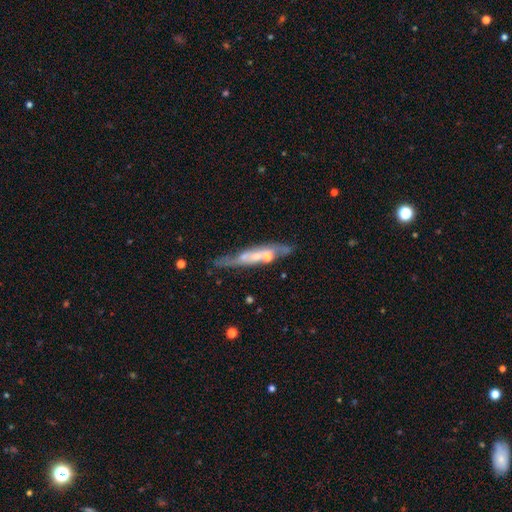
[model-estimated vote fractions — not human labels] Smooth or featured? Predicted: featured or disk (p=0.63). Edge-on disk? Predicted: yes (p=0.64). Merging? Predicted: none (p=0.57).